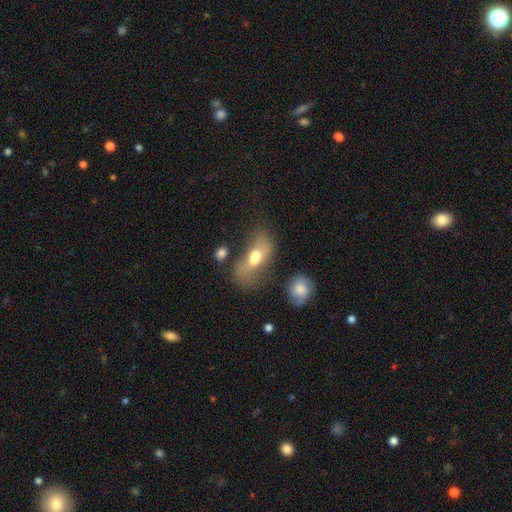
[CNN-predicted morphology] Smooth or featured: smooth — 61% (featured or disk — 29%)
How rounded: in between — 81% (round — 11%)
Merging: merger — 33% (none — 27%)